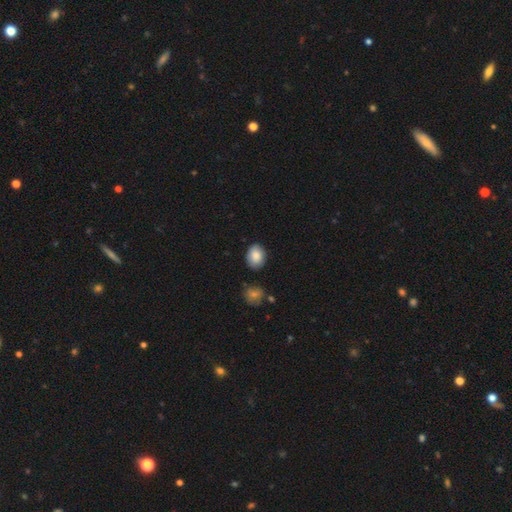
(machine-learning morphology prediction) smooth-or-featured: smooth: 86% | star or artifact: 7% | featured or disk: 7%
  how-rounded: in between: 67% | round: 32% | cigar-shaped: 1%
  merging: none: 81% | minor disturbance: 14% | merger: 3% | major disturbance: 3%